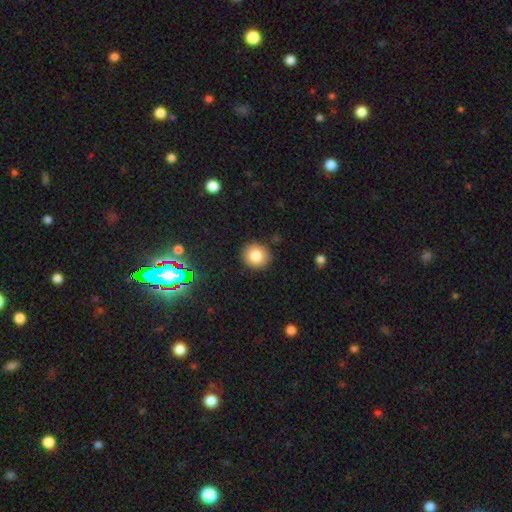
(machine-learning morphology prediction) smooth-or-featured: smooth: 81% | star or artifact: 11% | featured or disk: 8%
  how-rounded: round: 89% | in between: 10% | cigar-shaped: 1%
  merging: none: 90% | minor disturbance: 7% | major disturbance: 2% | merger: 1%